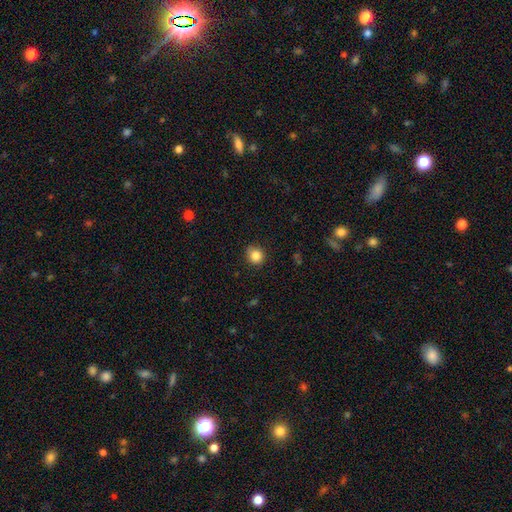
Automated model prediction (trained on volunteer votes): A smooth galaxy with no disk features (85%) that is round (85%). Merging: none (86%).